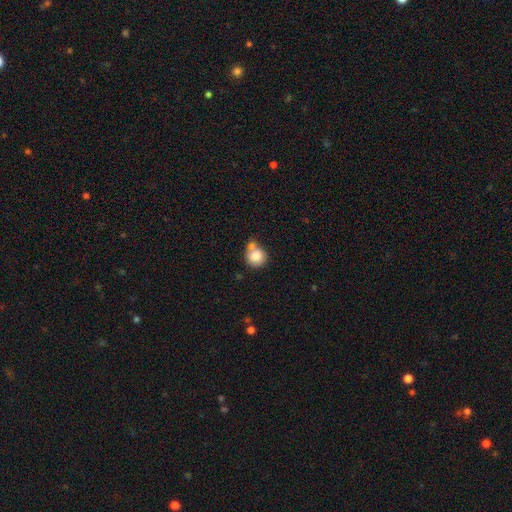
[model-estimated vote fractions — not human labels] smooth_or_featured: smooth (p=0.83) [alt: featured or disk p=0.09]
how_rounded: round (p=0.85) [alt: in between p=0.14]
merging: none (p=0.41) [tied with: merger p=0.41]